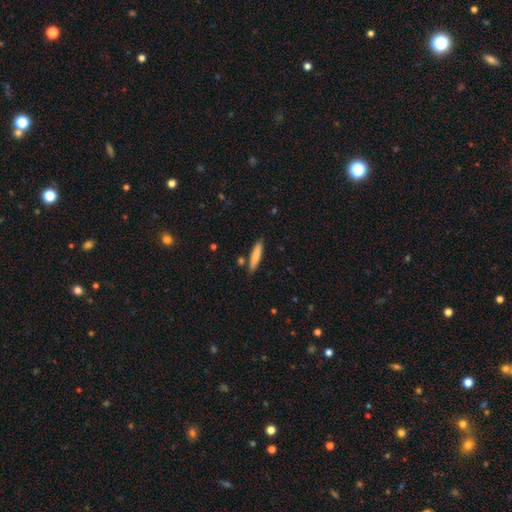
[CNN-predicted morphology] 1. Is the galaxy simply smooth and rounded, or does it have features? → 78% smooth, 16% featured or disk, 6% star or artifact.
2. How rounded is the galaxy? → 85% cigar-shaped, 13% in between, 1% round.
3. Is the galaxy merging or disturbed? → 83% none, 11% minor disturbance, 4% merger, 2% major disturbance.